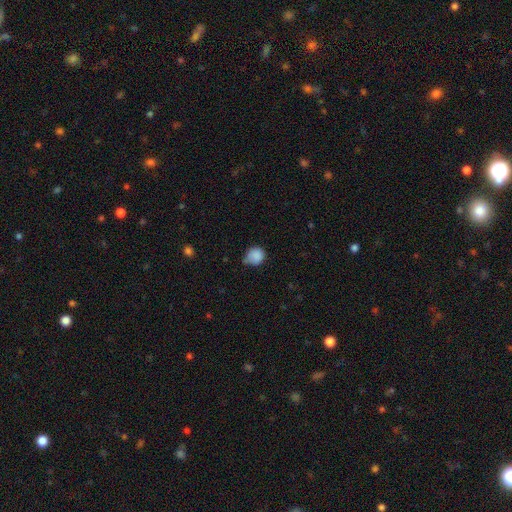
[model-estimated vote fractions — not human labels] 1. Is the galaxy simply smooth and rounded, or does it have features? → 86% smooth, 9% star or artifact, 5% featured or disk.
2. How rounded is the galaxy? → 81% round, 18% in between, 1% cigar-shaped.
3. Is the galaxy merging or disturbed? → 49% none, 39% minor disturbance, 8% major disturbance, 4% merger.